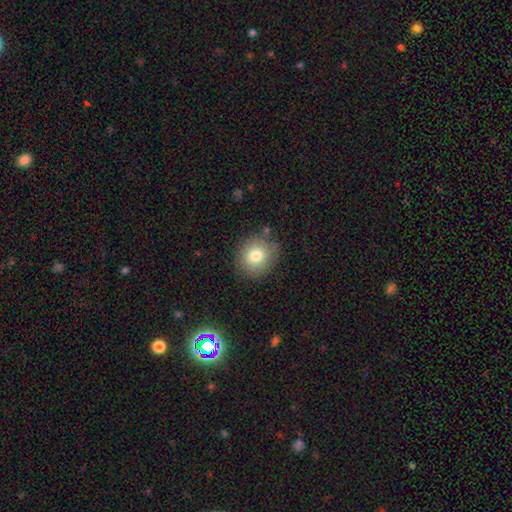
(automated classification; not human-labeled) Smooth or featured?
  - smooth: 79% *
  - featured or disk: 11%
  - star or artifact: 10%
How rounded?
  - round: 80% *
  - in between: 19%
  - cigar-shaped: 1%
Merging?
  - none: 83% *
  - minor disturbance: 12%
  - major disturbance: 3%
  - merger: 2%